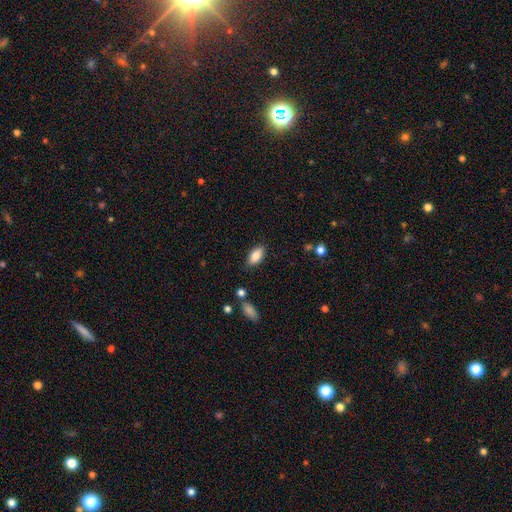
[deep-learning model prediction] This is clearly a smooth galaxy (80%). How rounded: clearly in between (87%). Merging: clearly none (83%).